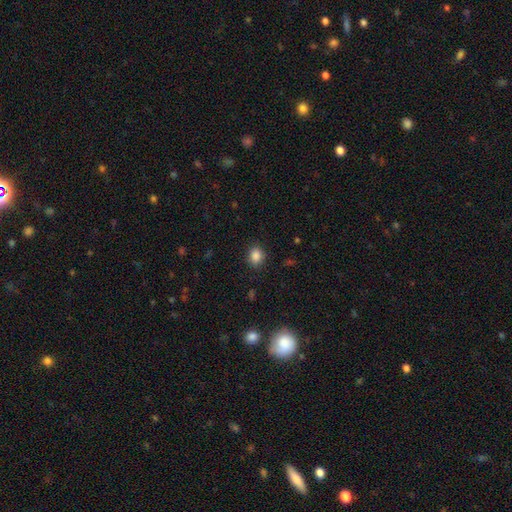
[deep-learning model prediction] This appears to be a smooth galaxy with no disk features (86%) that is round (50%). Merging: none (87%).